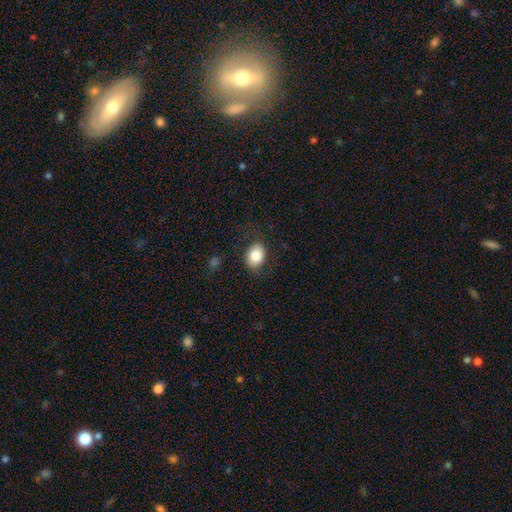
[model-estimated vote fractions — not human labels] Q: Smooth or featured?
A: smooth (82%); runner-up: featured or disk (10%)
Q: How rounded?
A: in between (61%); runner-up: round (39%)
Q: Merging?
A: none (80%); runner-up: minor disturbance (14%)